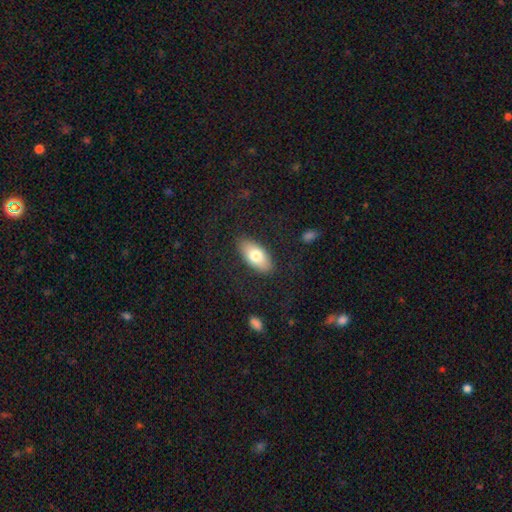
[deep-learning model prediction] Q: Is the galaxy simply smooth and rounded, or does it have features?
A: smooth — 75%.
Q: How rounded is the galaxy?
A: in between — 90%.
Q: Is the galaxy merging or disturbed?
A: none — 85%.